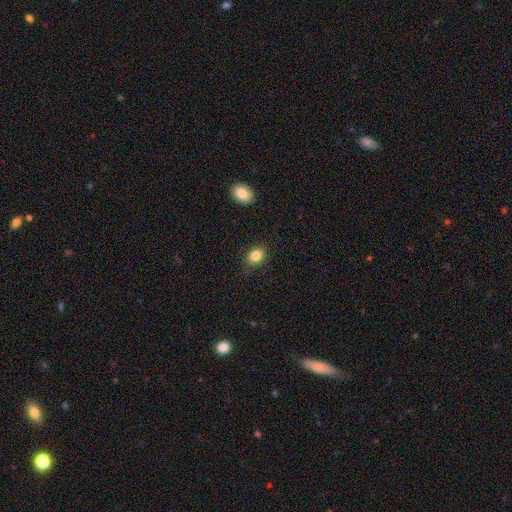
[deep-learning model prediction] smooth-or-featured: smooth: 84% | star or artifact: 9% | featured or disk: 7%
  how-rounded: in between: 69% | round: 29% | cigar-shaped: 1%
  merging: none: 84% | minor disturbance: 12% | major disturbance: 3% | merger: 1%